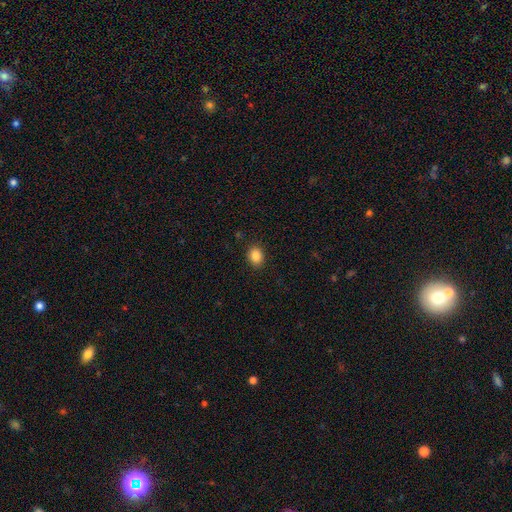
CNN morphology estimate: Smooth or featured: smooth — 86% (star or artifact — 10%)
How rounded: in between — 52% (round — 48%)
Merging: none — 89% (minor disturbance — 7%)